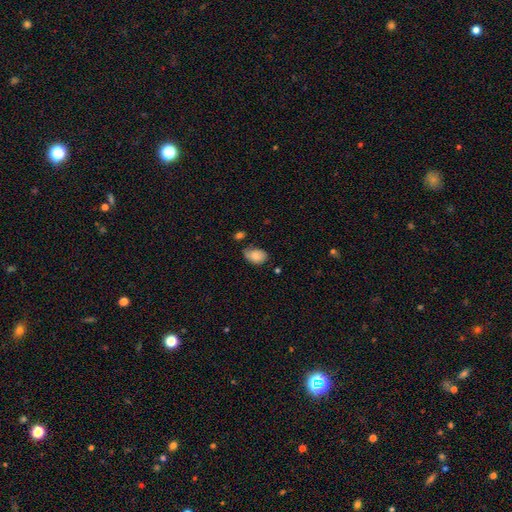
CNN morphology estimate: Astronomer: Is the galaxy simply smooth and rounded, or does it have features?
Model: smooth — 79%.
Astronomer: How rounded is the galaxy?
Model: in between — 87%.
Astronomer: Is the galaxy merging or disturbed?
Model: none — 53% (runner-up: minor disturbance, 34%).